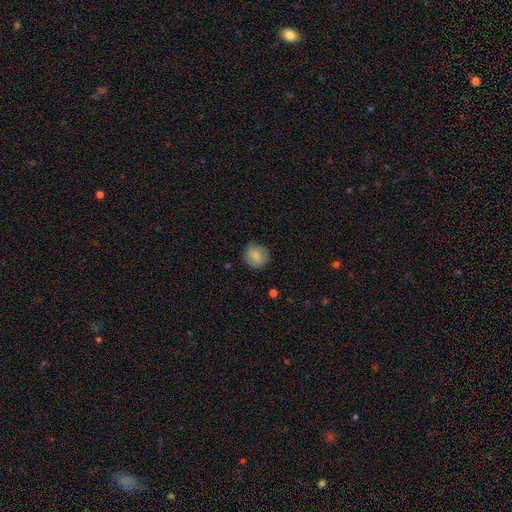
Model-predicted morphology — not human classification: Smooth or featured? Predicted: smooth (p=0.83). How rounded? Predicted: round (p=0.87). Merging? Predicted: none (p=0.82).